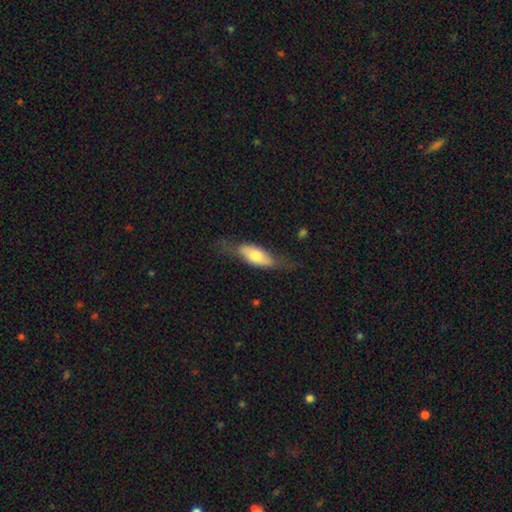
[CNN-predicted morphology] smooth_or_featured: smooth (p=0.58) [alt: featured or disk p=0.36]
how_rounded: in between (p=0.72) [alt: cigar-shaped p=0.25]
merging: none (p=0.60) [alt: minor disturbance p=0.26]